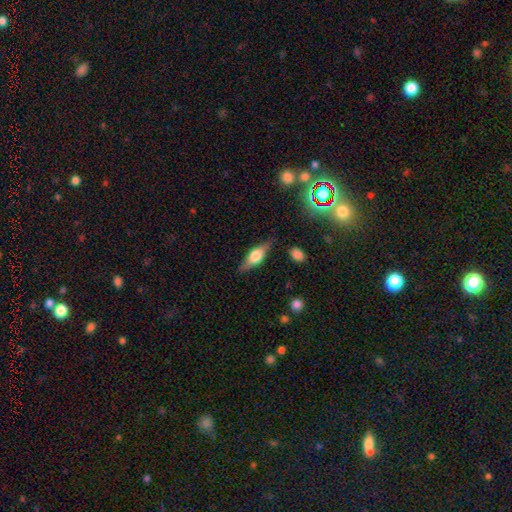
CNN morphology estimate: featured or disk 55%, smooth 38%, star or artifact 7%. Down the decision tree: edge-on disk — yes (92%); edge-on bulge — rounded (89%); merging — none (81%).